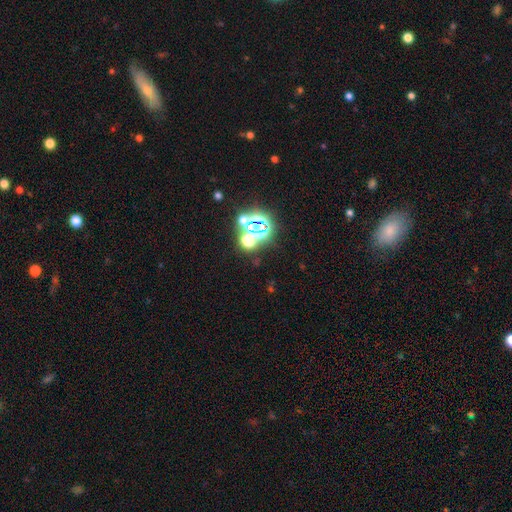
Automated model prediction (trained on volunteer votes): star or artifact 72%, smooth 19%, featured or disk 9%.